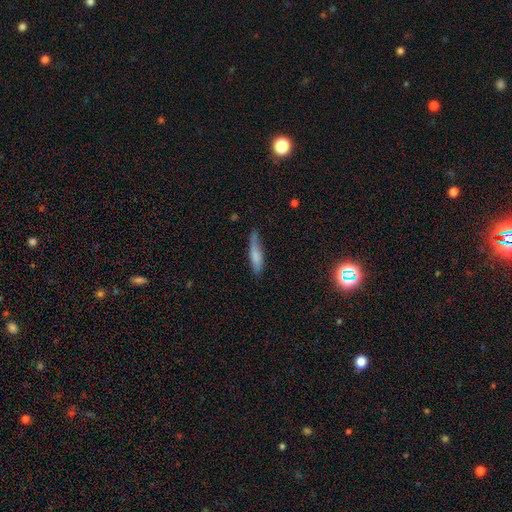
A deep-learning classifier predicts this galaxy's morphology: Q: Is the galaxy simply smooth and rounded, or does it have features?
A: smooth — 73%.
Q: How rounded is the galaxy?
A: cigar-shaped — 75%.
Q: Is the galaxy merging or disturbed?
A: none — 62%.